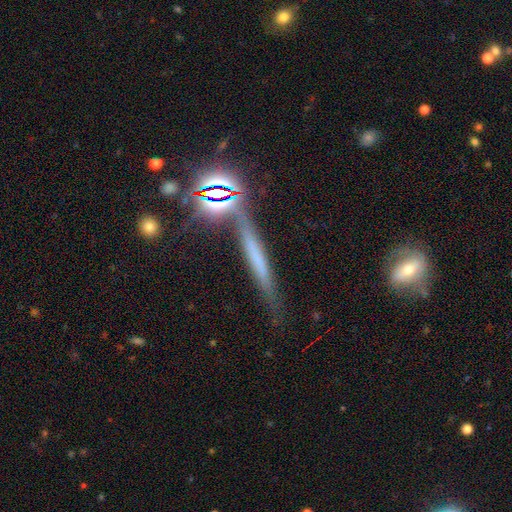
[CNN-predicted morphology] Smooth or featured?
  - featured or disk: 42% *
  - smooth: 37%
  - star or artifact: 22%
Merging?
  - none: 72% *
  - minor disturbance: 16%
  - merger: 6%
  - major disturbance: 6%